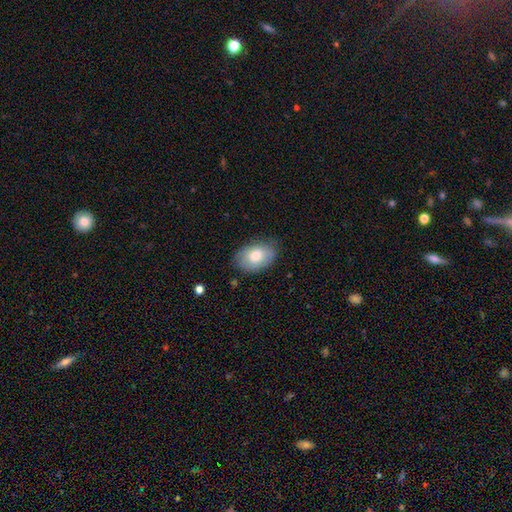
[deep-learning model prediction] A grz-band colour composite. It shows a smooth galaxy with no disk features (75%) that is in between round and cigar-shaped (88%). Merging: none (77%).